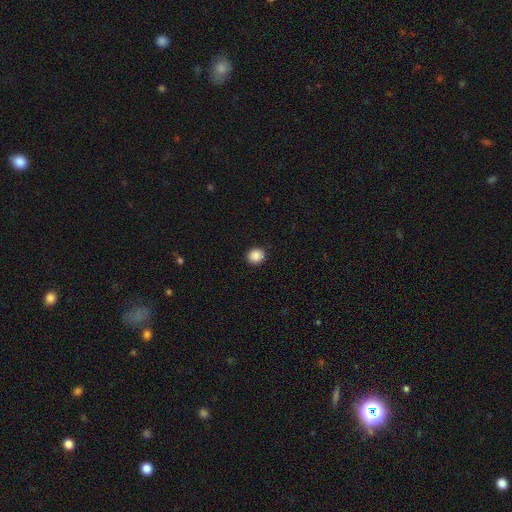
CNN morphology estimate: A smooth galaxy with no disk features (88%) that is round (87%).

Vote fractions:
- Smooth or featured? smooth: 88% / star or artifact: 9% / featured or disk: 2%
- How rounded? round: 87% / in between: 12% / cigar-shaped: 1%
- Merging? none: 92% / minor disturbance: 6% / major disturbance: 2% / merger: 1%